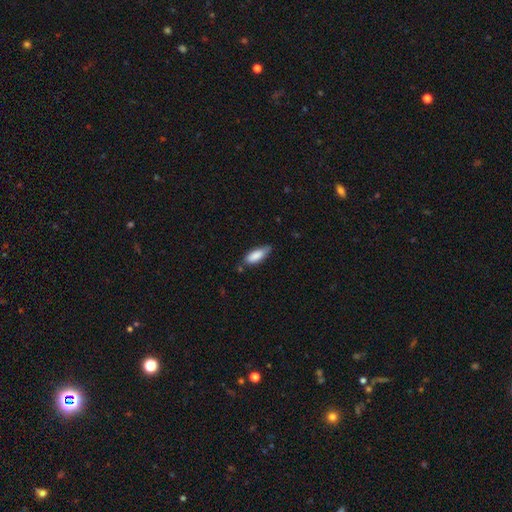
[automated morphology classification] A smooth galaxy with no disk features (84%) that is in between round and cigar-shaped (70%).

Vote fractions:
- Smooth or featured? smooth: 84% / featured or disk: 10% / star or artifact: 6%
- How rounded? in between: 70% / cigar-shaped: 28% / round: 2%
- Merging? none: 60% / minor disturbance: 32% / major disturbance: 5% / merger: 4%